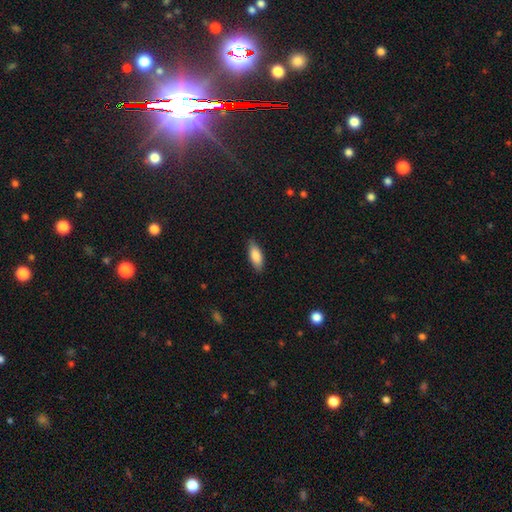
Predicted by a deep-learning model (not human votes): Smooth or featured? smooth (85%)
How rounded? in between (78%)
Merging? none (84%)